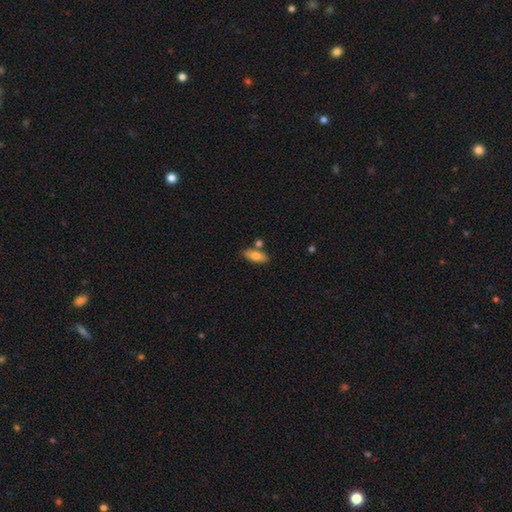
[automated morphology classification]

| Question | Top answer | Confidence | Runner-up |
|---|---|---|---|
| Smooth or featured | smooth | 76% | featured or disk (18%) |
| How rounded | in between | 77% | cigar-shaped (19%) |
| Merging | none | 74% | minor disturbance (12%) |